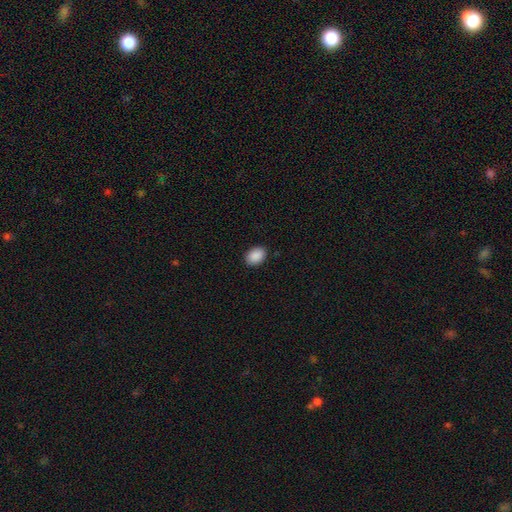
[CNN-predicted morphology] A smooth galaxy with no disk features (90%) that is in between round and cigar-shaped (78%).

Vote fractions:
- Smooth or featured? smooth: 90% / star or artifact: 7% / featured or disk: 2%
- How rounded? in between: 78% / round: 21% / cigar-shaped: 1%
- Merging? none: 90% / minor disturbance: 8% / major disturbance: 2% / merger: 1%